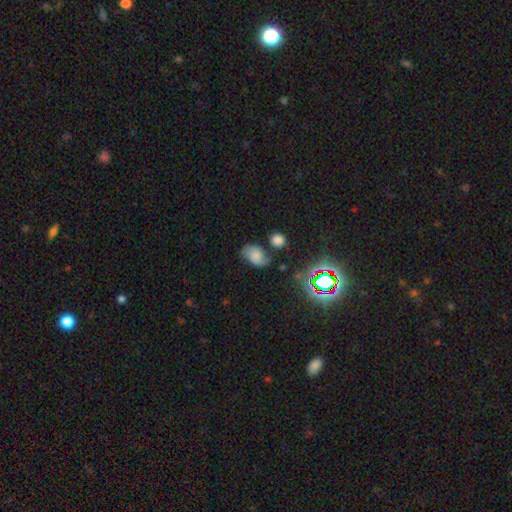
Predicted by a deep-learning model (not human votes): A smooth galaxy with no disk features (50%). Merging: none (54%).